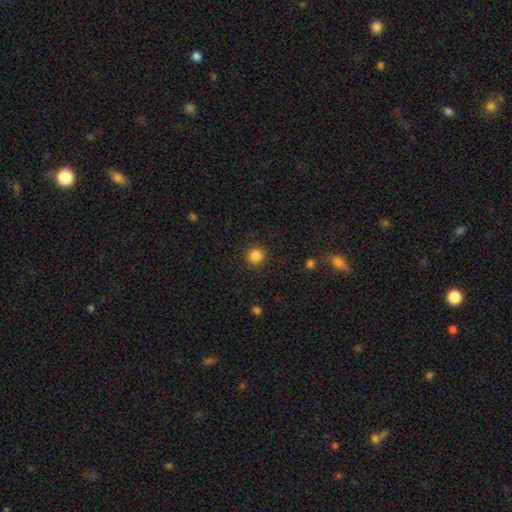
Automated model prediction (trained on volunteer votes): Smooth or featured: smooth — 85% (star or artifact — 11%)
How rounded: round — 94% (in between — 5%)
Merging: none — 90% (minor disturbance — 6%)